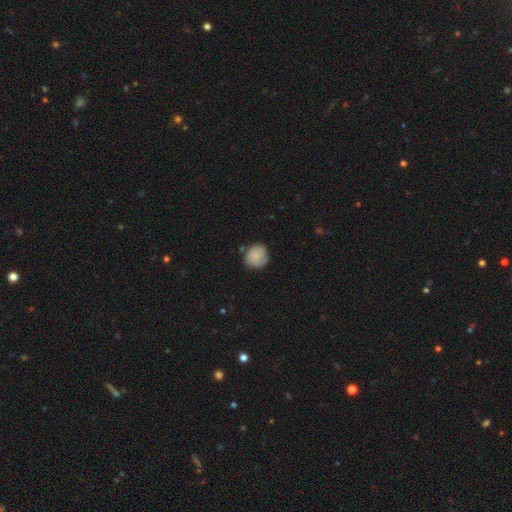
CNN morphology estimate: smooth 82%, featured or disk 11%, star or artifact 7%. Down the decision tree: how rounded — round (90%); merging — none (75%).